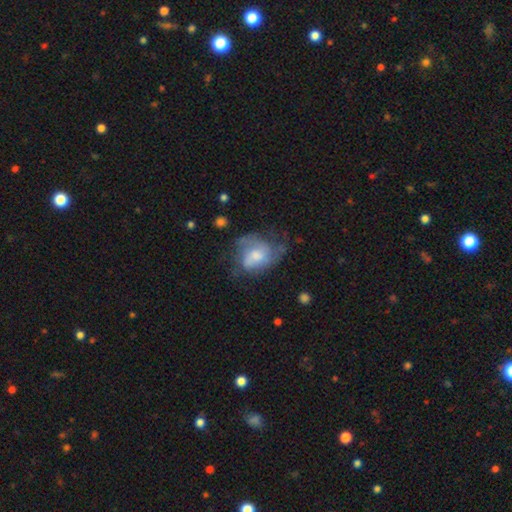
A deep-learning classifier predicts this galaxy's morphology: The model was most divided on "merging": none: 38%, major disturbance: 30%, minor disturbance: 29%, merger: 3%. Remaining: edge-on disk — no (97%); spiral arms — yes (68%); bar — no (65%); smooth or featured — featured or disk (53%); bulge size — moderate (47%).